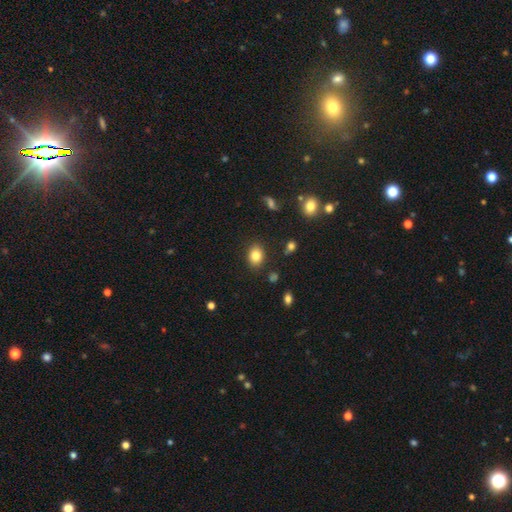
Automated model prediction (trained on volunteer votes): This is clearly a smooth galaxy (83%). How rounded: possibly in between (57%). Merging: clearly none (87%).